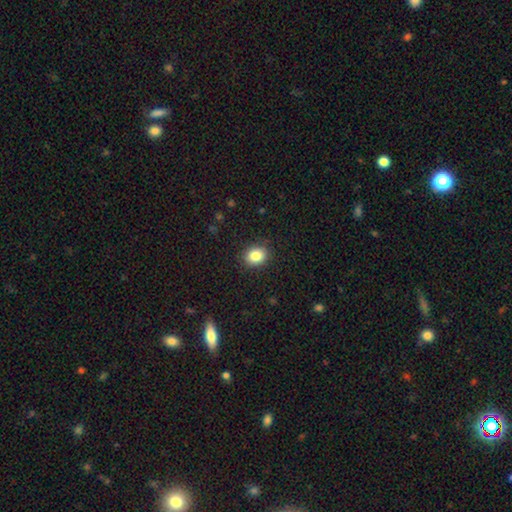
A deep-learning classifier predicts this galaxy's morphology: smooth-or-featured: smooth: 84% | star or artifact: 10% | featured or disk: 6%
  how-rounded: round: 52% | in between: 47% | cigar-shaped: 1%
  merging: none: 89% | minor disturbance: 8% | major disturbance: 2% | merger: 1%